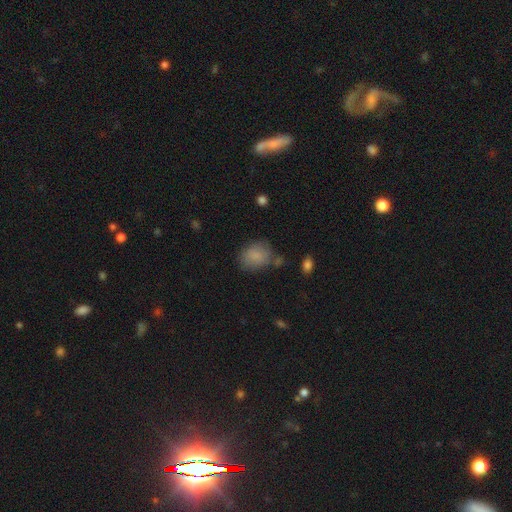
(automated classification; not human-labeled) Smooth or featured?
  - smooth: 83% *
  - star or artifact: 9%
  - featured or disk: 8%
How rounded?
  - in between: 51% *
  - round: 48%
  - cigar-shaped: 1%
Merging?
  - none: 66% *
  - minor disturbance: 20%
  - major disturbance: 7%
  - merger: 7%